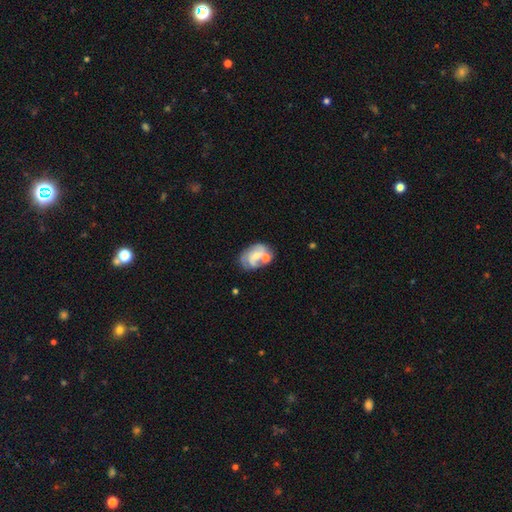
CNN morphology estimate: The model was most divided on "bulge size": small: 50%, moderate: 36%, none: 10%, large: 3%, dominant: 1%. Remaining: edge-on disk — no (97%); spiral arms — yes (76%); smooth or featured — featured or disk (67%); bar — no (65%); merging — none (43%).